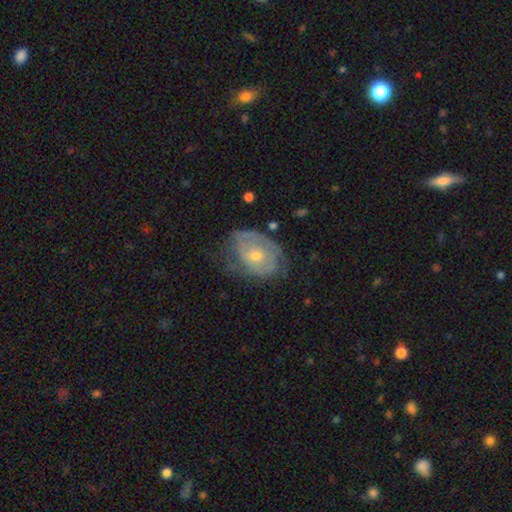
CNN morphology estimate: The model was most divided on "bulge size": moderate: 50%, small: 46%, large: 2%, none: 1%, dominant: 1%. More confident: edge-on disk — no (96%); bar — no (77%); spiral arms — yes (74%); smooth or featured — featured or disk (67%); merging — none (55%).